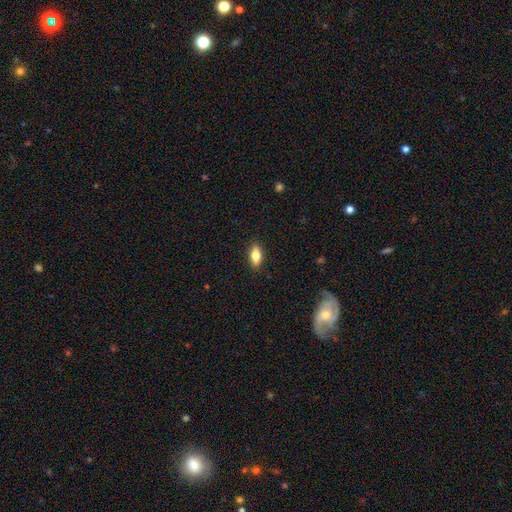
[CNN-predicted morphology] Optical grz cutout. It shows a smooth galaxy with no disk features (73%) that is in between round and cigar-shaped (80%). Merging: none (88%).